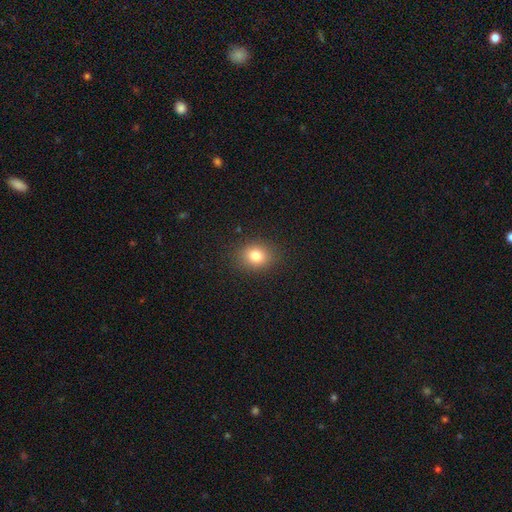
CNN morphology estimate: Smooth or featured: smooth — 80% (star or artifact — 12%)
How rounded: round — 56% (in between — 43%)
Merging: none — 88% (minor disturbance — 8%)